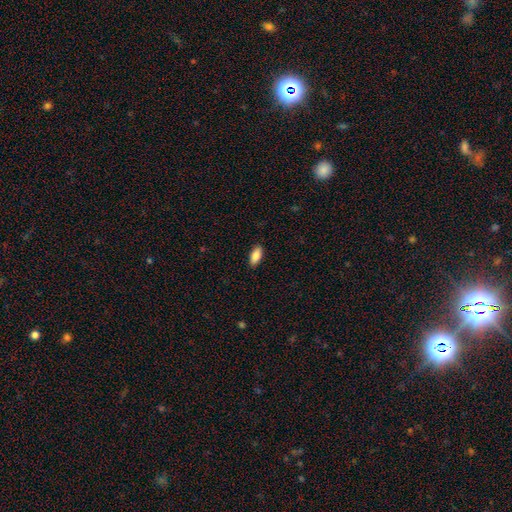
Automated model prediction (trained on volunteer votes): A smooth galaxy with no disk features (86%) that is in between round and cigar-shaped (89%).

Vote fractions:
- Smooth or featured? smooth: 86% / featured or disk: 8% / star or artifact: 7%
- How rounded? in between: 89% / cigar-shaped: 8% / round: 2%
- Merging? none: 89% / minor disturbance: 8% / major disturbance: 2% / merger: 1%